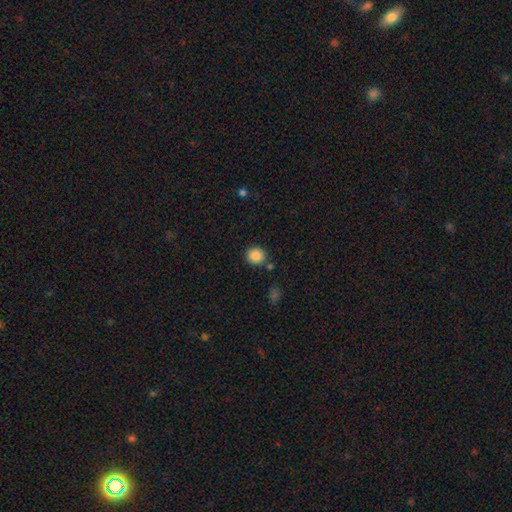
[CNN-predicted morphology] Smooth or featured? Predicted: smooth (p=0.86). How rounded? Predicted: round (p=0.91). Merging? Predicted: none (p=0.85).